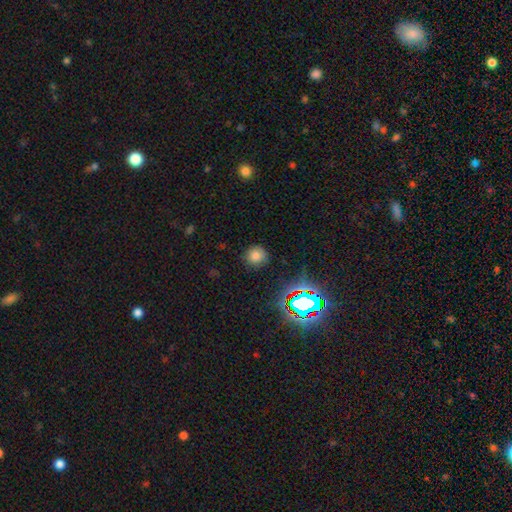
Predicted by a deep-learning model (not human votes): Overall: smooth (72%). How rounded: round (89%). Merging: none (84%).